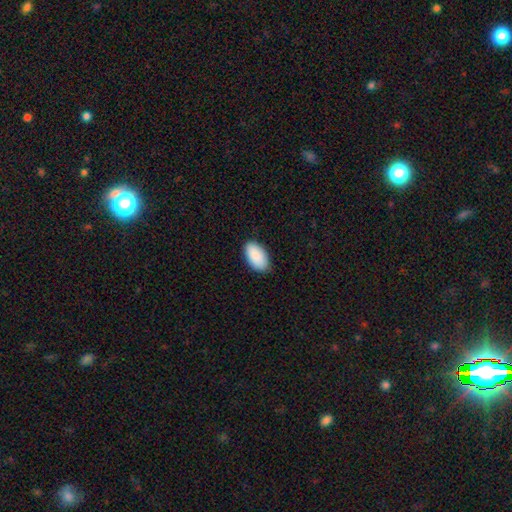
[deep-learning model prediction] A smooth galaxy with no disk features (91%) that is in between round and cigar-shaped (96%). Merging: none (86%).